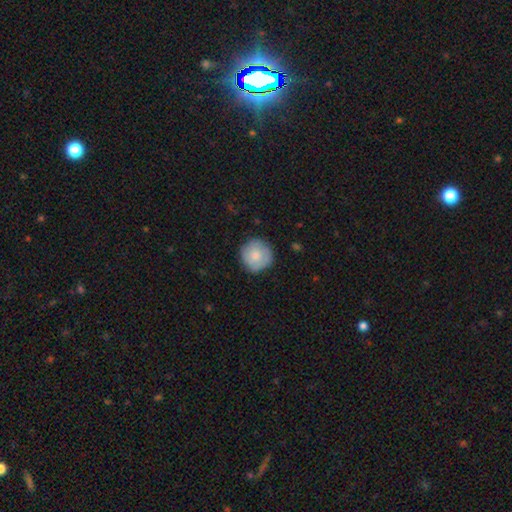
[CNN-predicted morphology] smooth-or-featured: smooth: 75% | featured or disk: 19% | star or artifact: 6%
  how-rounded: round: 95% | in between: 4% | cigar-shaped: 1%
  merging: none: 82% | minor disturbance: 14% | major disturbance: 3% | merger: 1%